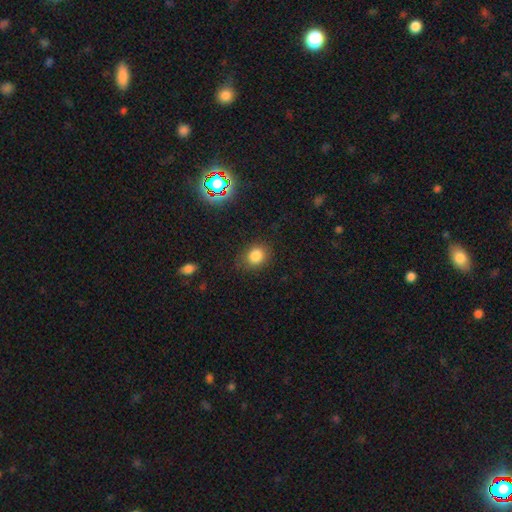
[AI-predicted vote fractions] This is clearly a smooth galaxy (82%). How rounded: possibly round (58%). Merging: clearly none (81%).